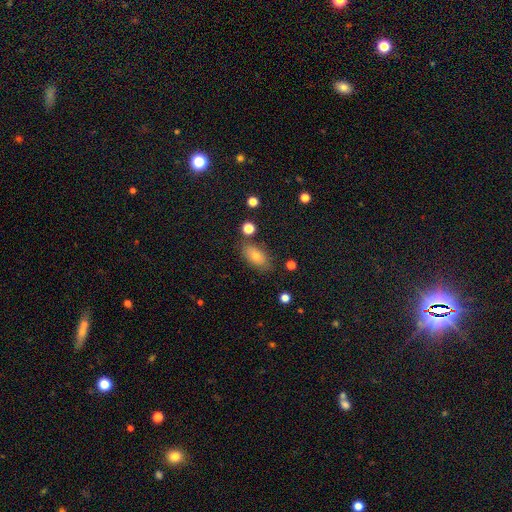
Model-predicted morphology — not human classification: Smooth or featured?
  - smooth: 75% *
  - featured or disk: 14%
  - star or artifact: 11%
How rounded?
  - in between: 87% *
  - cigar-shaped: 8%
  - round: 5%
Merging?
  - none: 82% *
  - minor disturbance: 11%
  - merger: 3%
  - major disturbance: 3%